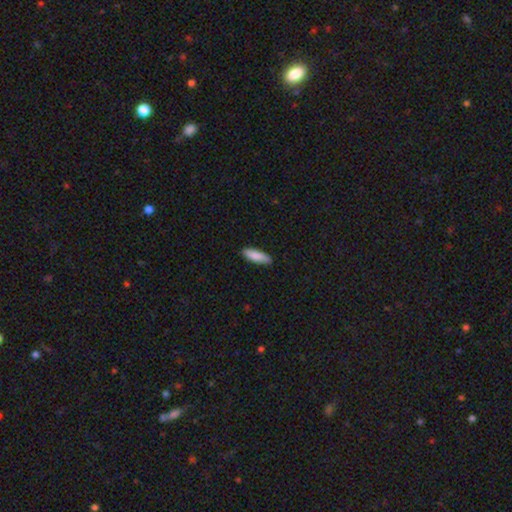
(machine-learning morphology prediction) This appears to be a smooth galaxy with no disk features (87%) that is in between round and cigar-shaped (50%). Merging: none (86%).